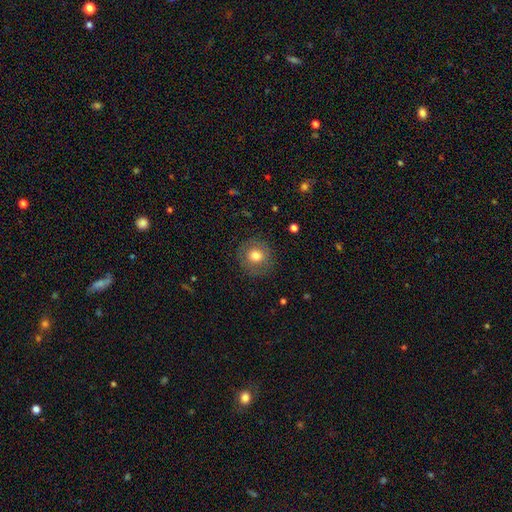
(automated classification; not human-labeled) Morphology: type=smooth (72%); roundness=round (91%); merging=none (86%).